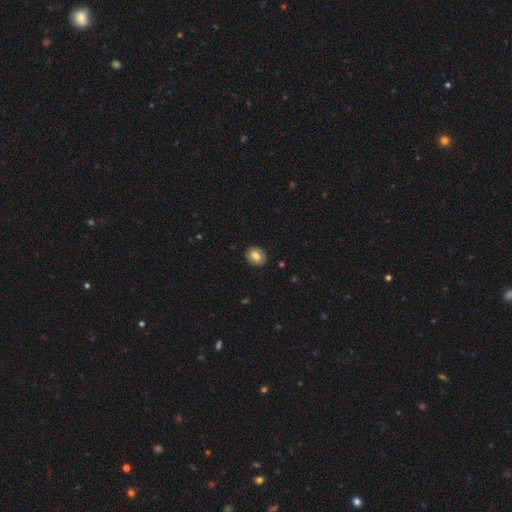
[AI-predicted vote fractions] Q: Smooth or featured?
A: smooth (77%); runner-up: featured or disk (15%)
Q: How rounded?
A: round (56%); runner-up: in between (43%)
Q: Merging?
A: none (89%); runner-up: minor disturbance (8%)